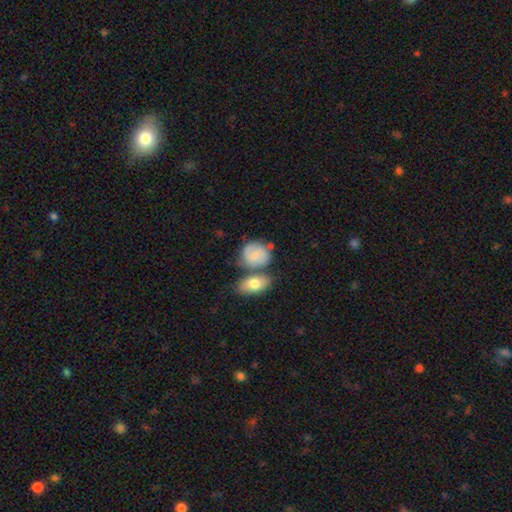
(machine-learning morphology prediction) Smooth or featured?
  - smooth: 64% *
  - featured or disk: 29%
  - star or artifact: 7%
How rounded?
  - round: 61% *
  - in between: 37%
  - cigar-shaped: 2%
Merging?
  - none: 49% *
  - merger: 28%
  - minor disturbance: 17%
  - major disturbance: 6%